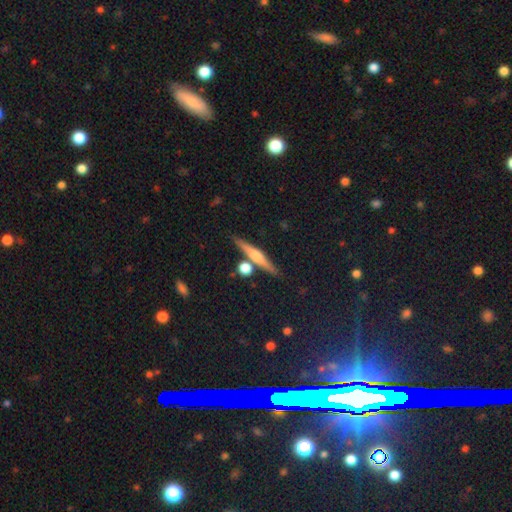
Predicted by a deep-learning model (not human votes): Morphology: type=featured or disk (60%); edge-on=yes (96%); edge-on bulge=rounded (79%); merging=none (81%).